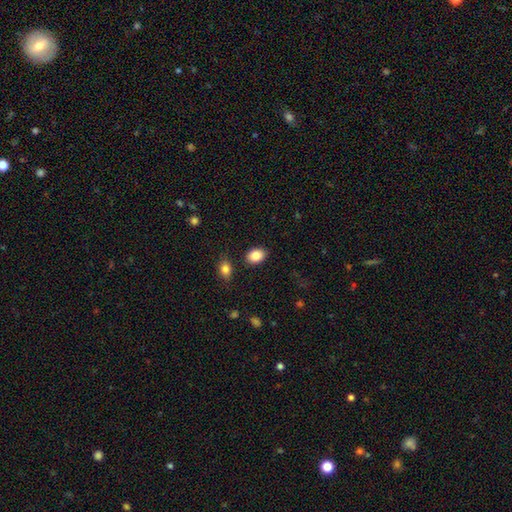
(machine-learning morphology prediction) type=smooth (86%); roundness=in between (75%); merging=none (86%).